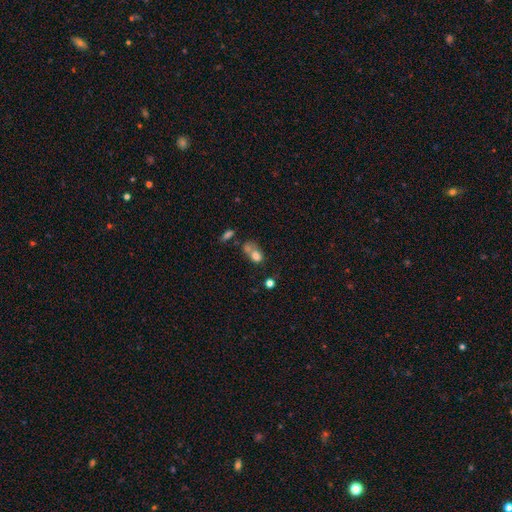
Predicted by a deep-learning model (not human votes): Smooth or featured?
  - smooth: 71% *
  - featured or disk: 17%
  - star or artifact: 12%
How rounded?
  - in between: 65% *
  - round: 33%
  - cigar-shaped: 2%
Merging?
  - merger: 50% *
  - none: 23%
  - major disturbance: 14%
  - minor disturbance: 13%